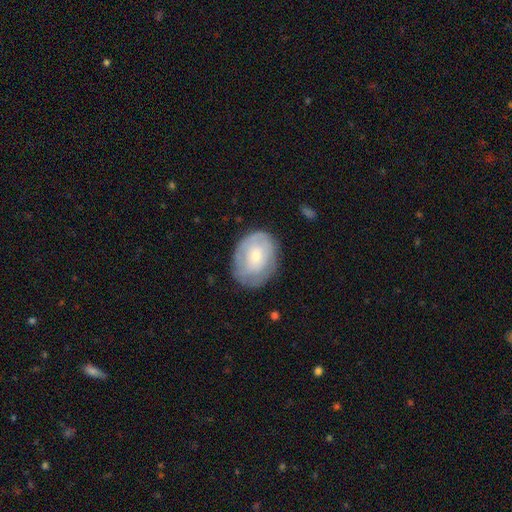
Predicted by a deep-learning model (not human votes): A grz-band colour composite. It shows a featured or disk galaxy (47%, tied with smooth). Merging: none (70%).